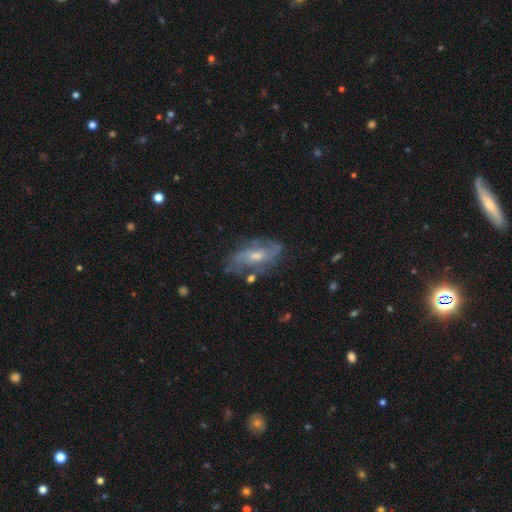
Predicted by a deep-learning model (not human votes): featured or disk 78%, smooth 14%, star or artifact 7%. Down the decision tree: edge-on disk — no (92%); bar — no (47%); spiral arms — yes (88%); spiral arm count — 2 (56%); spiral winding — medium (45%); bulge size — moderate (54%); merging — none (70%).